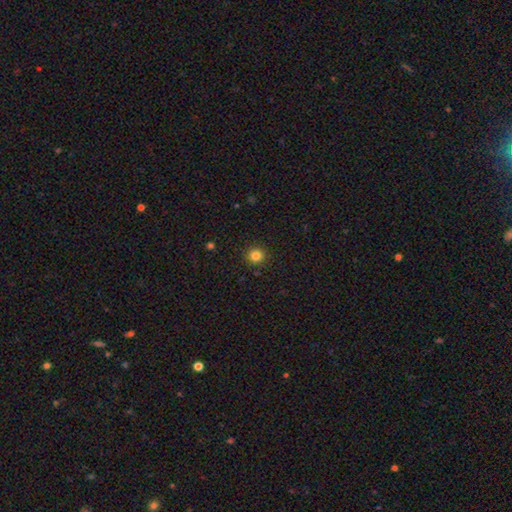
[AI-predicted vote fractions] The model was most divided on "smooth or featured": smooth: 83%, star or artifact: 13%, featured or disk: 4%. More confident: how rounded — round (93%); merging — none (92%).